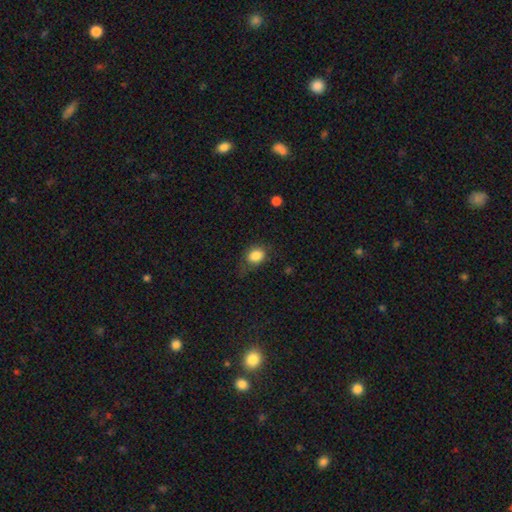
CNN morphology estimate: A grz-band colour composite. It shows a smooth galaxy with no disk features (84%) that is in between round and cigar-shaped (54%). Merging: none (59%).